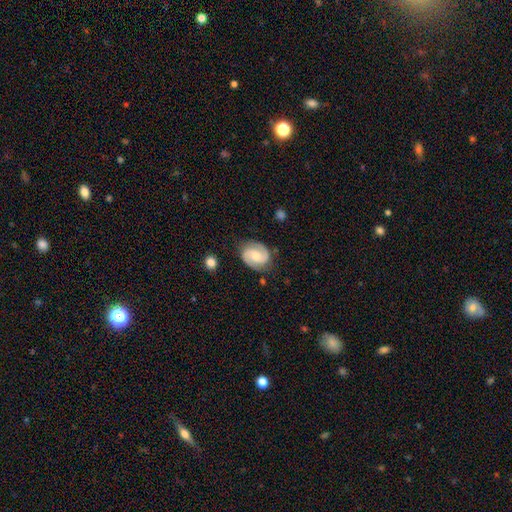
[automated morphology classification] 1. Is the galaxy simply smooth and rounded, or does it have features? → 82% featured or disk, 13% smooth, 5% star or artifact.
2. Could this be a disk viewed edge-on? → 98% no, 2% yes.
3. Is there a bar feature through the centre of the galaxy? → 50% no, 40% weak, 10% strong.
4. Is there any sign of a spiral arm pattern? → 97% yes, 3% no.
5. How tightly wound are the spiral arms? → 49% medium, 38% tight, 13% loose.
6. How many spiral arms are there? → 92% 2, 3% can't tell, 1% 1, 1% 3, 1% 4, 1% more than 4.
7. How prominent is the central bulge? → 46% moderate, 35% small, 11% none, 7% large, 2% dominant.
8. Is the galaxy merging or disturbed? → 81% none, 13% minor disturbance, 4% major disturbance, 2% merger.